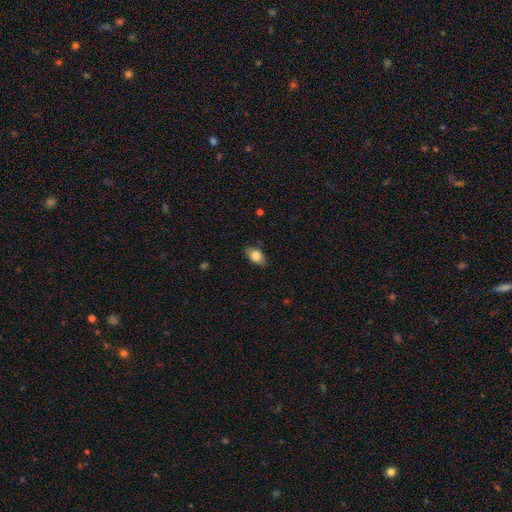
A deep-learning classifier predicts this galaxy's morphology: type=smooth (80%); roundness=in between (88%); merging=none (82%).